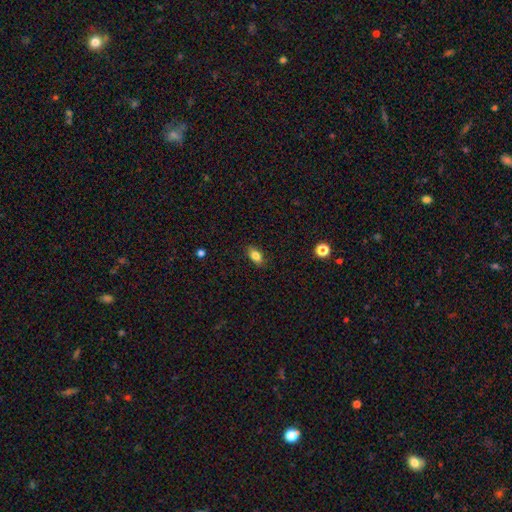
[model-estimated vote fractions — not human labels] Smooth or featured: smooth — 82% (featured or disk — 9%)
How rounded: in between — 85% (round — 9%)
Merging: none — 87% (minor disturbance — 10%)